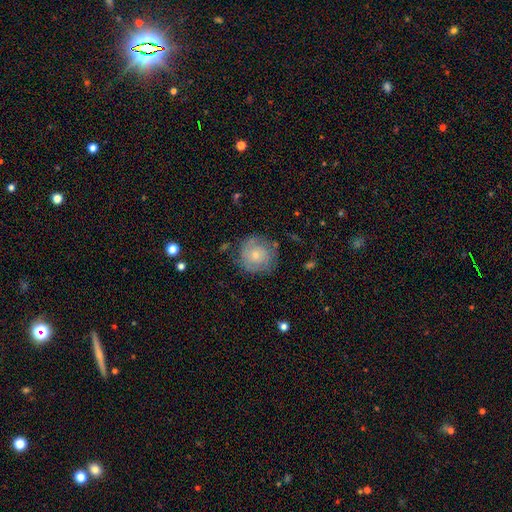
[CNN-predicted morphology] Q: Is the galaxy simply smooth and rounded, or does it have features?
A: featured or disk — 59%.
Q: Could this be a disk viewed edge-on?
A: no — 97%.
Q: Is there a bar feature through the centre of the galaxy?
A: no — 79%.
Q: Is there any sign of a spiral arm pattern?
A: yes — 82%.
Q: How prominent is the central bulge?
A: small — 61%.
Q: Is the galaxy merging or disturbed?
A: none — 74%.